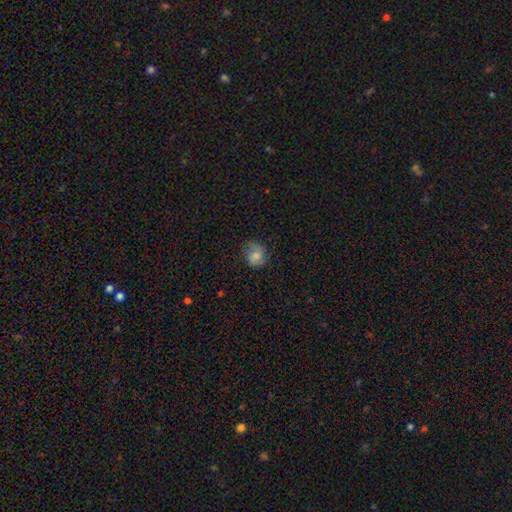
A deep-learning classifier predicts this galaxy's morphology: Q: Smooth or featured?
A: smooth (63%); runner-up: featured or disk (29%)
Q: How rounded?
A: round (74%); runner-up: in between (25%)
Q: Merging?
A: none (71%); runner-up: minor disturbance (21%)